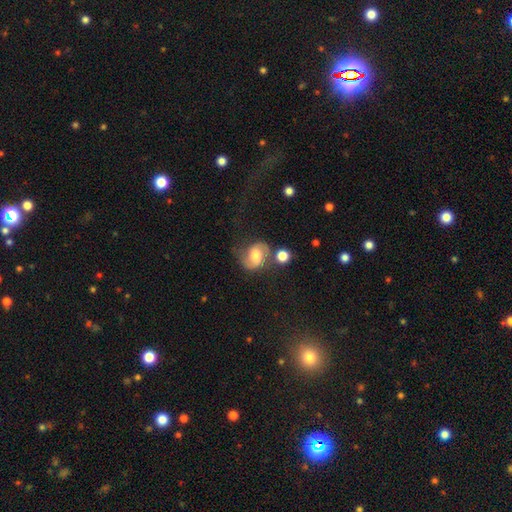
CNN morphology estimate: Smooth or featured?
  - featured or disk: 62% *
  - smooth: 28%
  - star or artifact: 10%
Edge-on disk?
  - no: 97% *
  - yes: 3%
Bar?
  - weak: 43% * (tied)
  - no: 43% * (tied)
  - strong: 14%
Spiral arms?
  - yes: 90% *
  - no: 10%
Spiral winding?
  - medium: 47% *
  - loose: 37%
  - tight: 16%
Spiral arm count?
  - 2: 89% *
  - can't tell: 5%
  - 1: 3%
  - 3: 1%
  - 4: 1%
  - more than 4: 1%
Bulge size?
  - moderate: 63% *
  - small: 16%
  - large: 15%
  - none: 3%
  - dominant: 2%
Merging?
  - none: 57% *
  - minor disturbance: 20%
  - merger: 12%
  - major disturbance: 11%